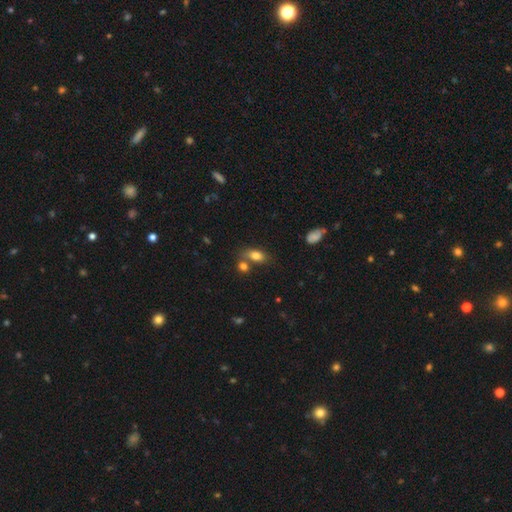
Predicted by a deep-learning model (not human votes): This is likely a smooth galaxy (79%). How rounded: clearly in between (84%). Merging: possibly none (53%).